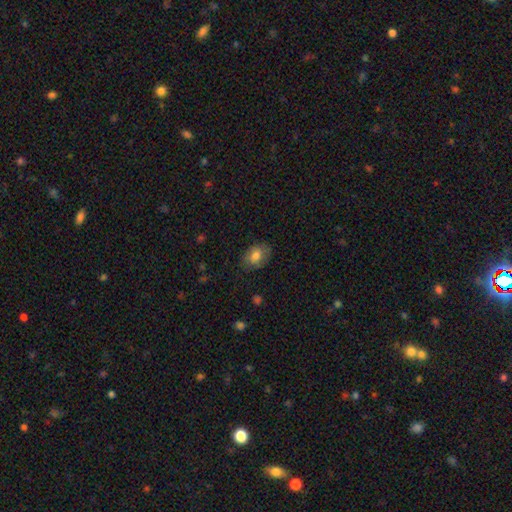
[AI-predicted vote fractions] This is likely a smooth galaxy (79%). How rounded: likely in between (72%). Merging: clearly none (80%).